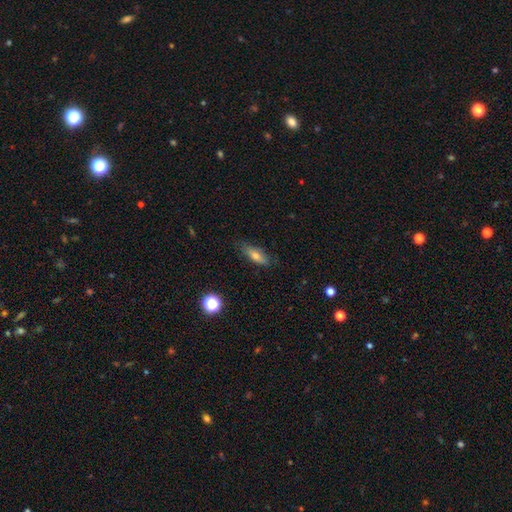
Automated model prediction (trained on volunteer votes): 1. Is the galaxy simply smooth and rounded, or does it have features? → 63% smooth, 28% featured or disk, 9% star or artifact.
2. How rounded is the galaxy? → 52% in between, 44% cigar-shaped, 4% round.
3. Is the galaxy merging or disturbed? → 78% none, 18% minor disturbance, 3% major disturbance, 1% merger.